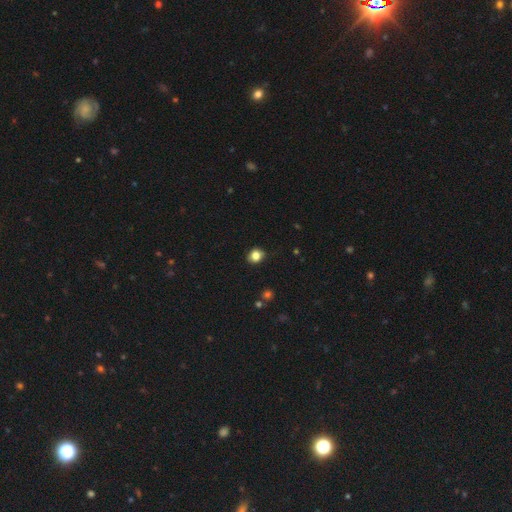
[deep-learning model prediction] Smooth or featured? Predicted: smooth (p=0.83). How rounded? Predicted: round (p=0.72). Merging? Predicted: none (p=0.81).